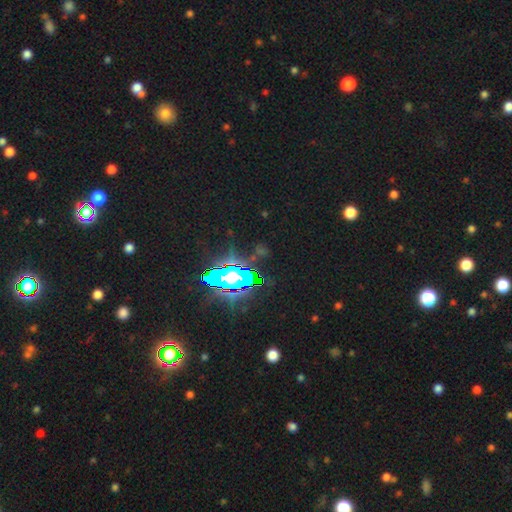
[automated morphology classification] type=star or artifact (78%).